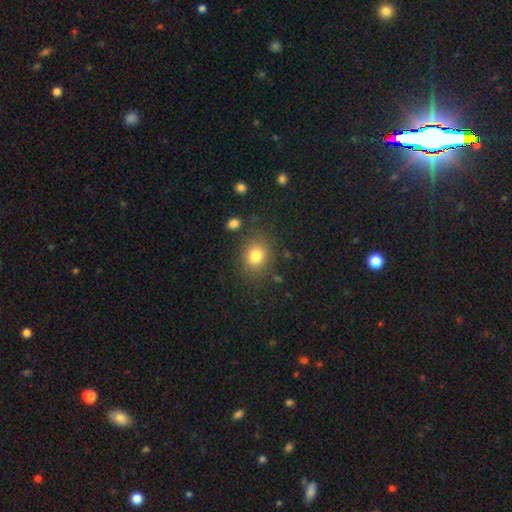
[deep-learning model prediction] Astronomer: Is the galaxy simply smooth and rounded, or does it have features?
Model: smooth — 80%.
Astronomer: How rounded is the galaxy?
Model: round — 61% (runner-up: in between, 38%).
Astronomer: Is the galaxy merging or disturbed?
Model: none — 82%.